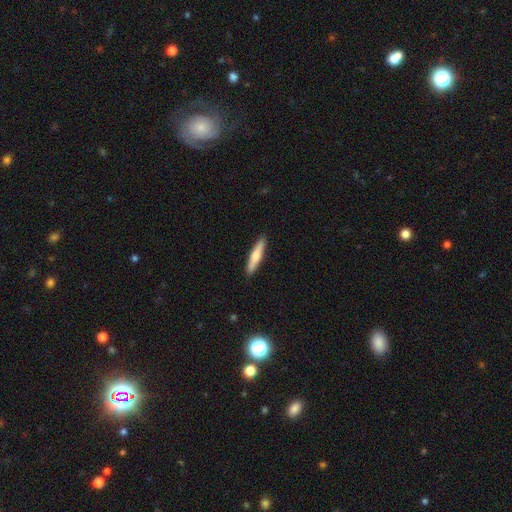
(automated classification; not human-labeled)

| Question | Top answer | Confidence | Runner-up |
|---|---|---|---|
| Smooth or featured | smooth | 65% | featured or disk (30%) |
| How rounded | cigar-shaped | 88% | in between (11%) |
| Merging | none | 90% | minor disturbance (7%) |